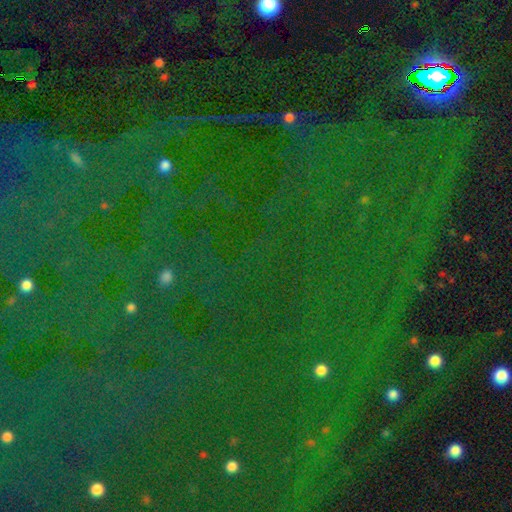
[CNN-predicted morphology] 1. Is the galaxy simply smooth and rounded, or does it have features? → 82% star or artifact, 11% smooth, 8% featured or disk.